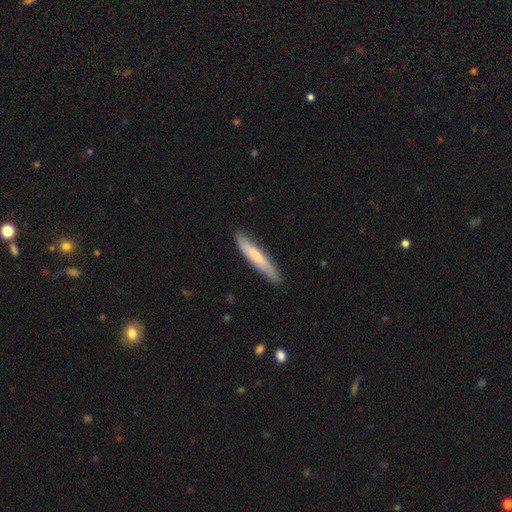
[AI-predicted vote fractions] smooth-or-featured: smooth: 66% | featured or disk: 28% | star or artifact: 5%
  how-rounded: cigar-shaped: 91% | in between: 7% | round: 1%
  merging: none: 84% | minor disturbance: 12% | major disturbance: 2% | merger: 1%